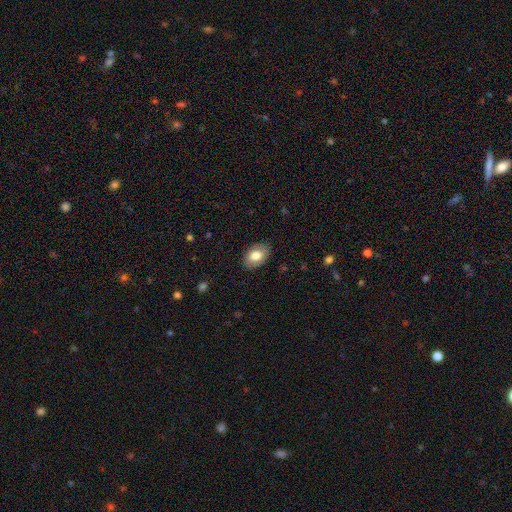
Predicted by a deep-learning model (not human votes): The model was most divided on "smooth or featured": smooth: 79%, featured or disk: 14%, star or artifact: 7%. More confident: how rounded — in between (87%); merging — none (87%).